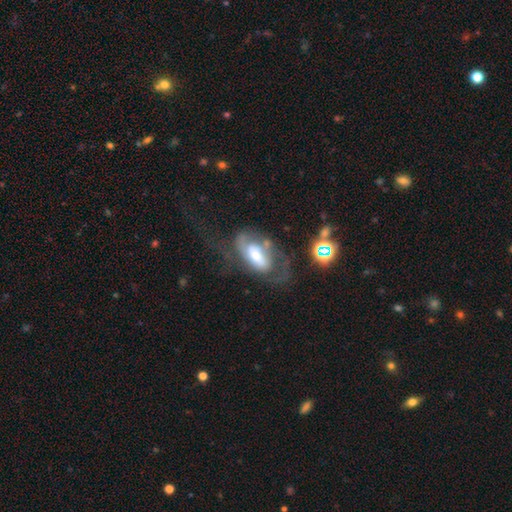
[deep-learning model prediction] The model was most divided on "merging": major disturbance: 40%, none: 34%, minor disturbance: 20%, merger: 6%. Remaining: edge-on disk — no (92%); spiral arms — yes (73%); smooth or featured — featured or disk (66%); bar — no (49%); bulge size — moderate (48%).